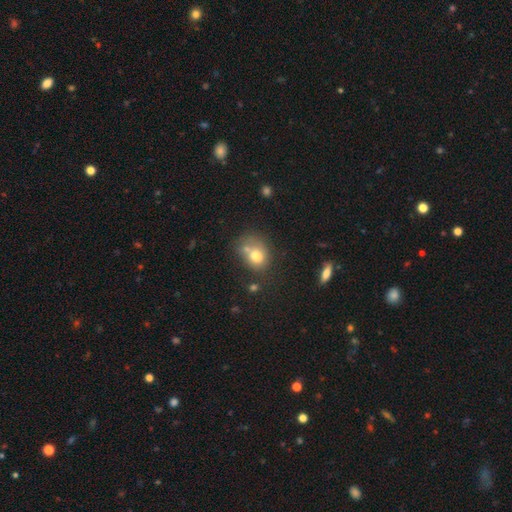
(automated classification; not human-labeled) smooth-or-featured: smooth: 72% | featured or disk: 17% | star or artifact: 10%
  how-rounded: in between: 51% | round: 48% | cigar-shaped: 1%
  merging: none: 37% | merger: 35% | minor disturbance: 18% | major disturbance: 9%